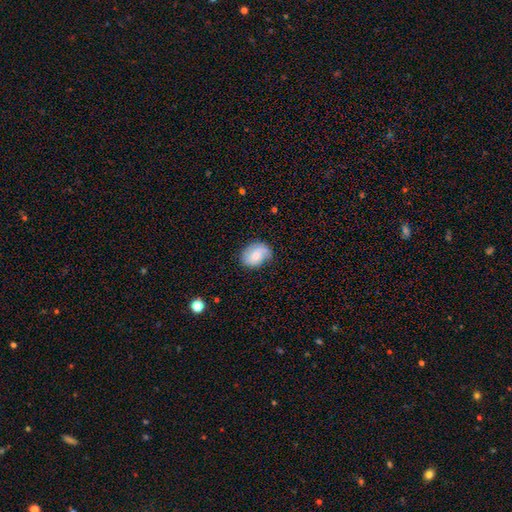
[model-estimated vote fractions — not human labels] A smooth galaxy with no disk features (59%) that is in between round and cigar-shaped (66%). Merging: none (68%).